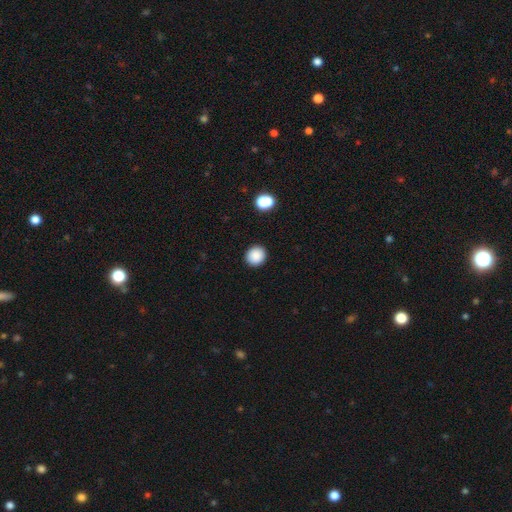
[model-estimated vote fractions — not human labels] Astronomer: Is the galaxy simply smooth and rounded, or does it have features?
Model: smooth — 87%.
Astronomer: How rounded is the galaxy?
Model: round — 87%.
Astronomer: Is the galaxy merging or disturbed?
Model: none — 91%.